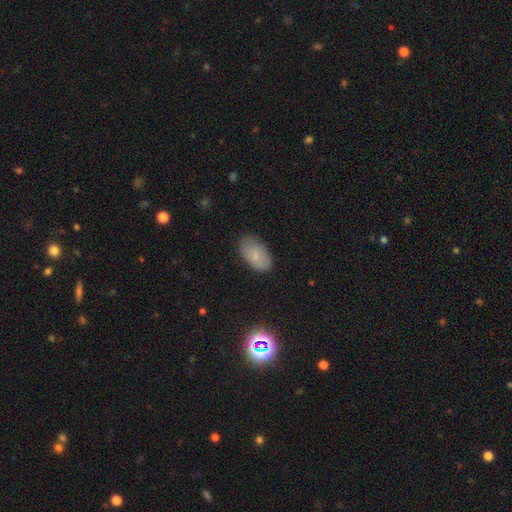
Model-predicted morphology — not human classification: This is likely a smooth galaxy (78%). How rounded: clearly in between (93%). Merging: likely none (80%).